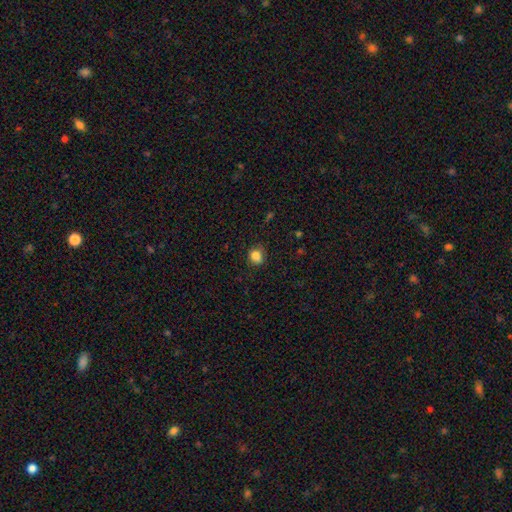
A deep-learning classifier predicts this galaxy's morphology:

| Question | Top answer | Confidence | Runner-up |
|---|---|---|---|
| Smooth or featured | smooth | 84% | star or artifact (11%) |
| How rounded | round | 69% | in between (30%) |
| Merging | none | 76% | minor disturbance (18%) |